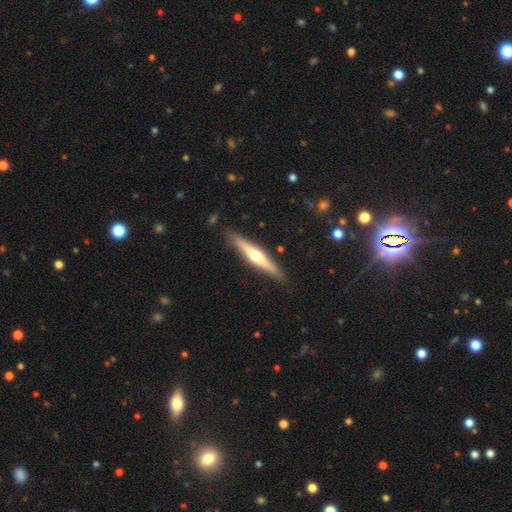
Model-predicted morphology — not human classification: Smooth or featured? featured or disk (63%)
Edge-on disk? yes (97%)
Edge-on bulge? rounded (87%)
Merging? none (88%)